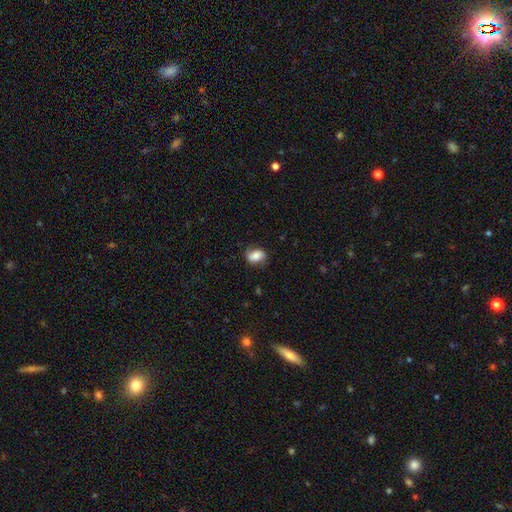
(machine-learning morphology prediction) The model was most divided on "smooth or featured": smooth: 67%, featured or disk: 25%, star or artifact: 8%. More confident: merging — none (75%); how rounded — in between (73%).